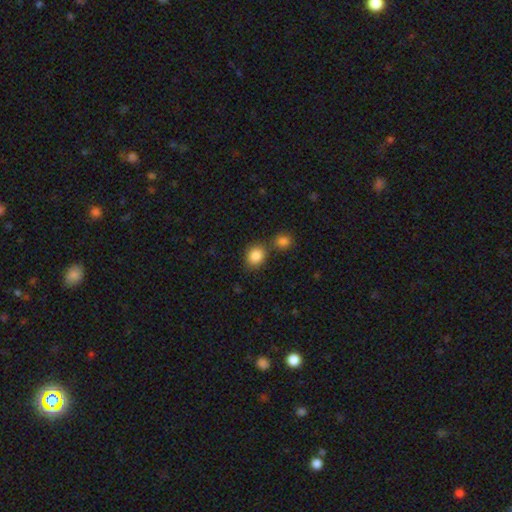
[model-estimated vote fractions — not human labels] smooth-or-featured: smooth: 86% | star or artifact: 9% | featured or disk: 4%
  how-rounded: round: 66% | in between: 33% | cigar-shaped: 1%
  merging: none: 66% | merger: 20% | minor disturbance: 10% | major disturbance: 3%